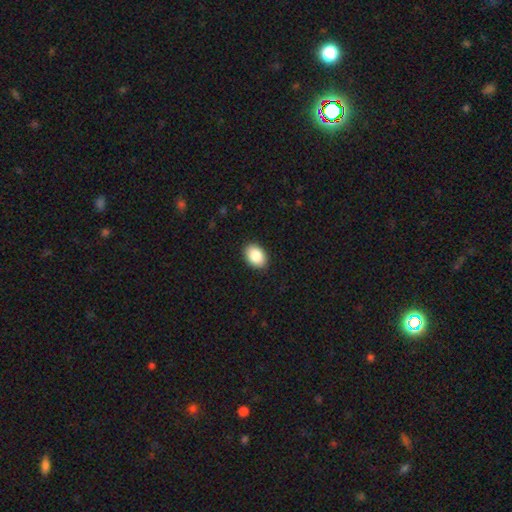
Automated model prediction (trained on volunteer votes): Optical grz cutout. It shows a smooth galaxy with no disk features (88%) that is in between round and cigar-shaped (82%). Merging: none (90%).